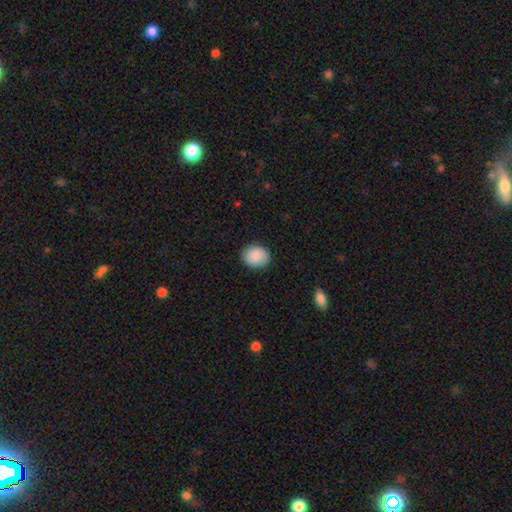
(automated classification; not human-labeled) Morphology: type=smooth (87%); roundness=round (69%); merging=none (87%).